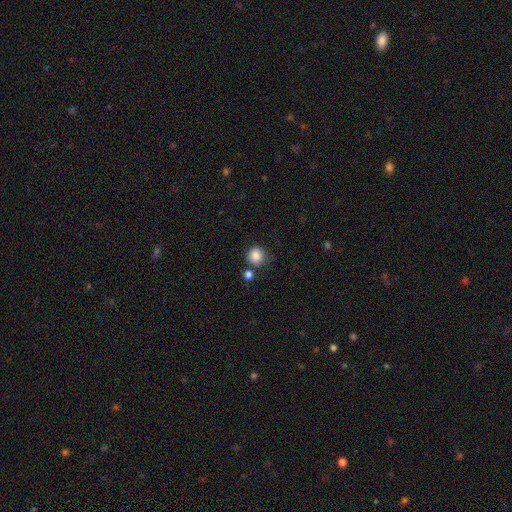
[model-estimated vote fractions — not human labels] Morphology: type=smooth (86%); roundness=round (91%); merging=none (75%).